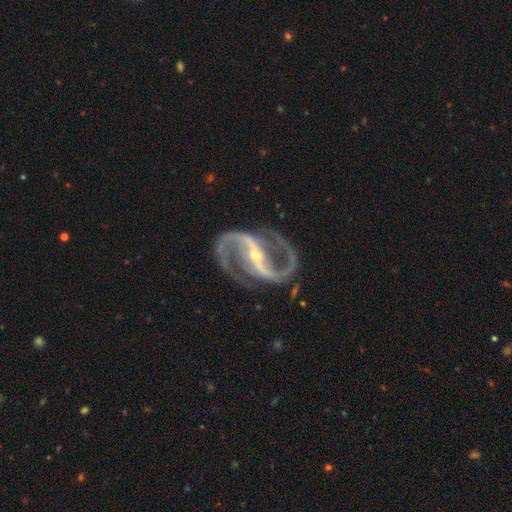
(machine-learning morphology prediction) type=featured or disk (94%); edge-on=no (98%); bar=strong (70%); spiral arms=yes (99%); winding=medium (62%); arm count=2 (94%); bulge=small (79%); merging=none (81%).